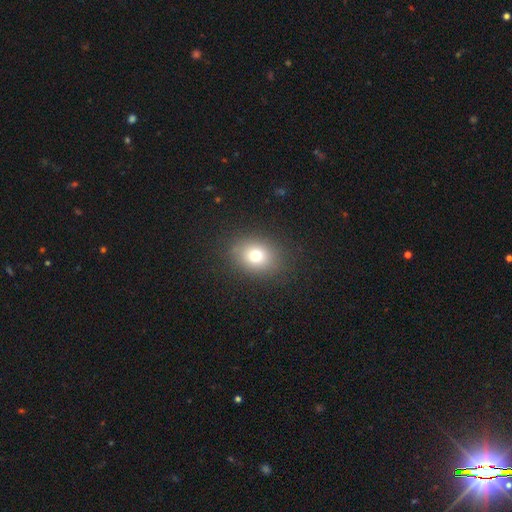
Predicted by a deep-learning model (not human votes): Smooth or featured? Predicted: smooth (p=0.73). How rounded? Predicted: round (p=0.50). Merging? Predicted: none (p=0.86).